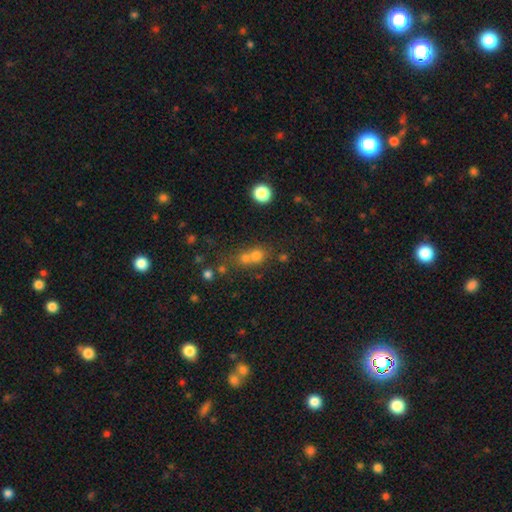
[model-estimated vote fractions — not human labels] This appears to be a smooth galaxy with no disk features (70%) that is round (76%). Merging: merger (53%).